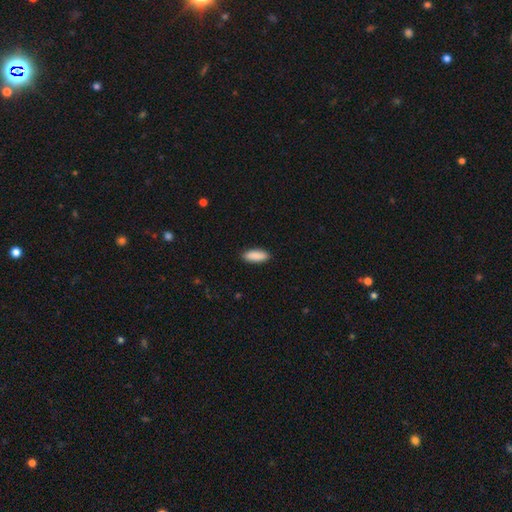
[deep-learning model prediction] smooth 90%, star or artifact 6%, featured or disk 4%. Down the decision tree: how rounded — in between (70%); merging — none (89%).